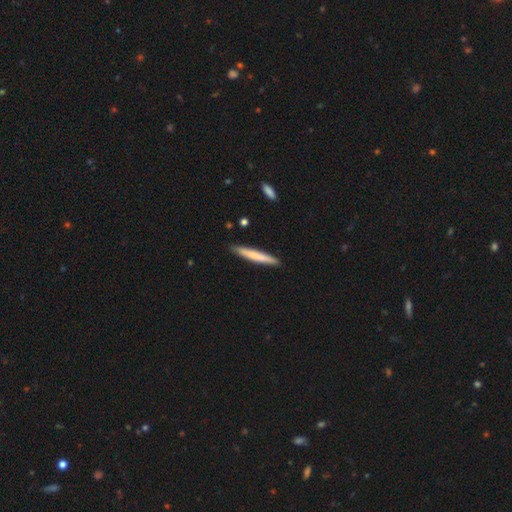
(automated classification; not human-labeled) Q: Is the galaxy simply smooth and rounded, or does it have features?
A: smooth — 70%.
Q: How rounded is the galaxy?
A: cigar-shaped — 95%.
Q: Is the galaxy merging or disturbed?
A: none — 89%.